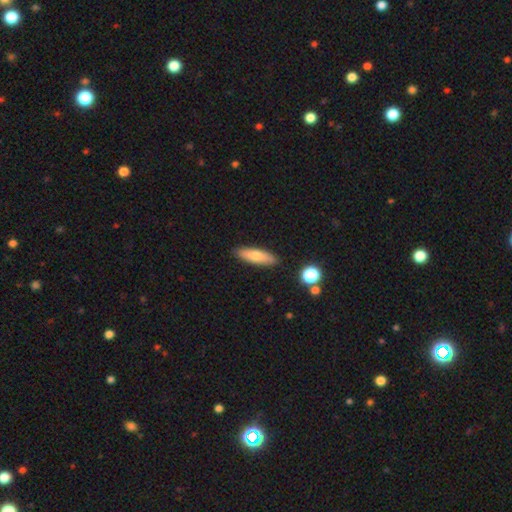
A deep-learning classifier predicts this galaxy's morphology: A smooth galaxy with no disk features (70%) that is cigar-shaped (60%). Merging: none (89%).